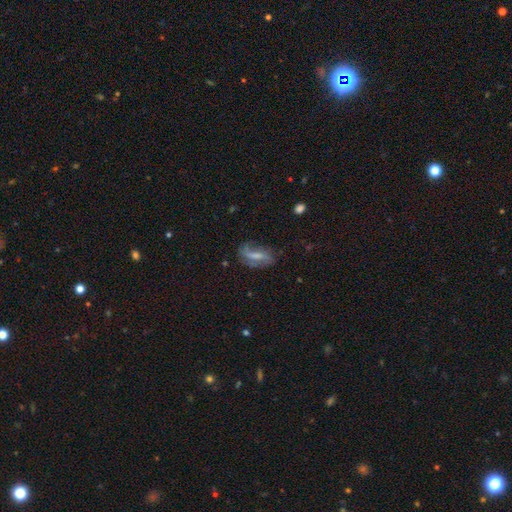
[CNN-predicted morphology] A featured or disk galaxy (59%) with a weak bar (42%), spiral arms (80%) and no central bulge (32%). Merging: none (57%).